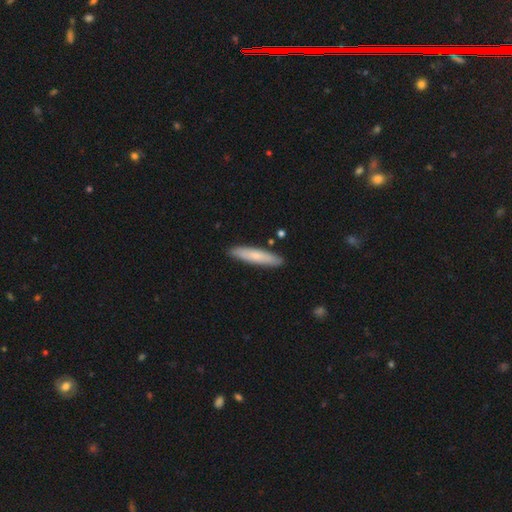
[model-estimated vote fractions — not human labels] Smooth or featured? Predicted: smooth (p=0.71). How rounded? Predicted: cigar-shaped (p=0.86). Merging? Predicted: none (p=0.89).